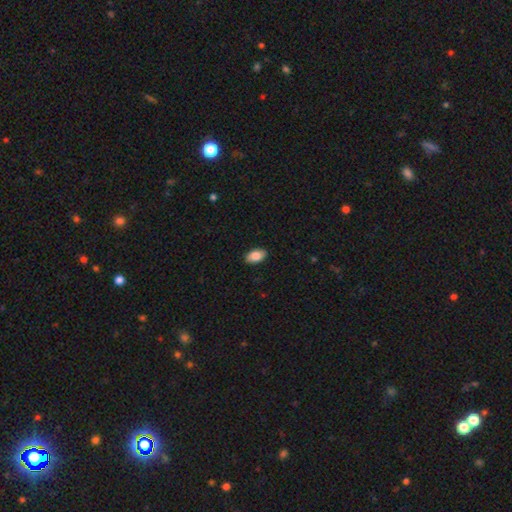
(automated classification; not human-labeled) A smooth galaxy with no disk features (85%) that is in between round and cigar-shaped (93%). Merging: none (89%).